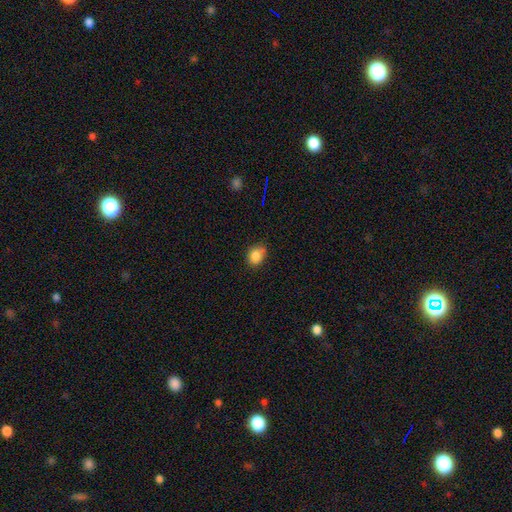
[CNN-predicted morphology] Smooth or featured? Predicted: smooth (p=0.84). How rounded? Predicted: round (p=0.53). Merging? Predicted: none (p=0.67).